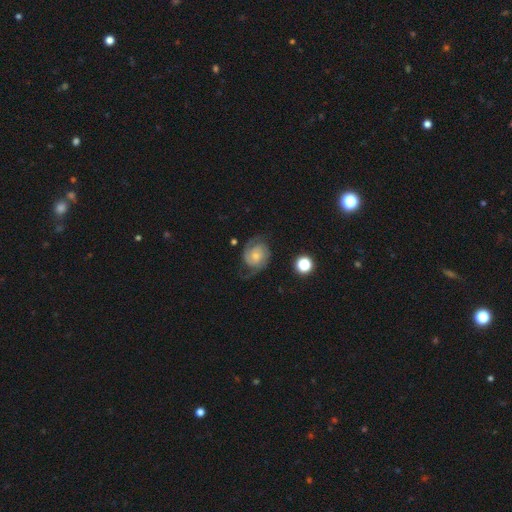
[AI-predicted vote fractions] featured or disk 84%, smooth 10%, star or artifact 6%. Down the decision tree: edge-on disk — no (98%); bar — no (72%); spiral arms — yes (97%); spiral arm count — 2 (87%); spiral winding — medium (42%, tied with tight); bulge size — small (57%); merging — none (69%).